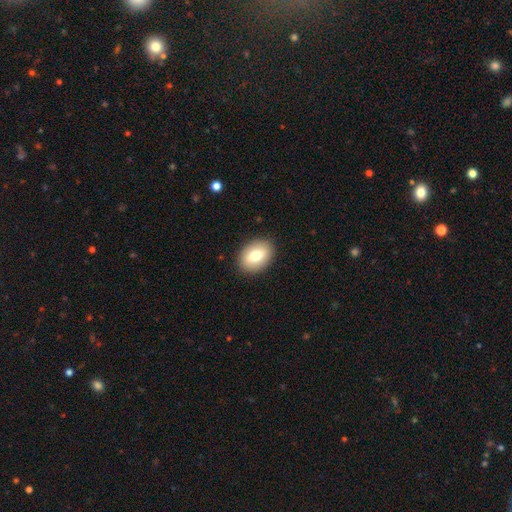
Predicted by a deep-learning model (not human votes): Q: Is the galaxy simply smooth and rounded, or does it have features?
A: smooth — 75%.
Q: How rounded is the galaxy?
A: in between — 75%.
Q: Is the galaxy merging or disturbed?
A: none — 89%.